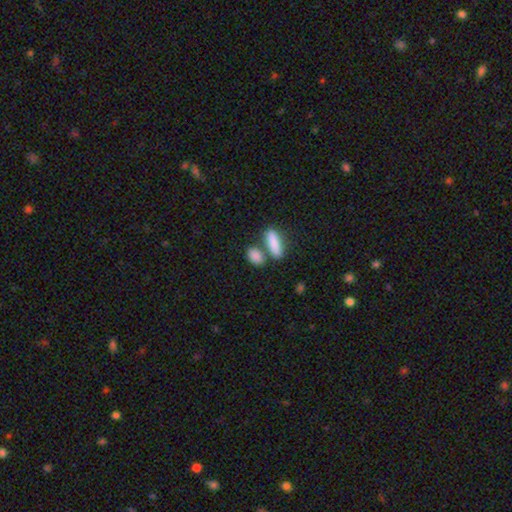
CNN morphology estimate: A smooth galaxy with no disk features (87%) that is in between round and cigar-shaped (75%).

Vote fractions:
- Smooth or featured? smooth: 87% / star or artifact: 7% / featured or disk: 6%
- How rounded? in between: 75% / cigar-shaped: 17% / round: 8%
- Merging? none: 57% / merger: 29% / minor disturbance: 10% / major disturbance: 4%